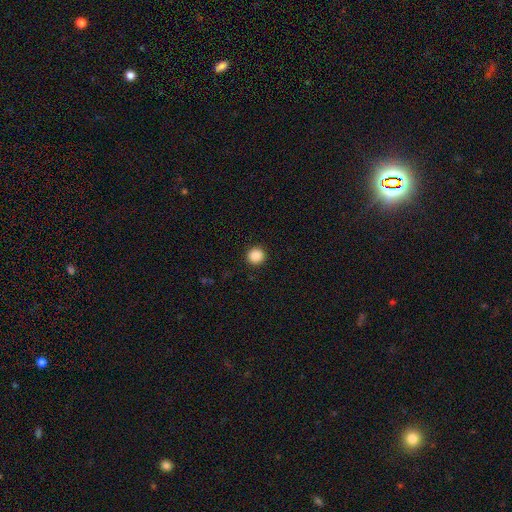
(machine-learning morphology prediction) type=smooth (88%); roundness=round (95%); merging=none (93%).